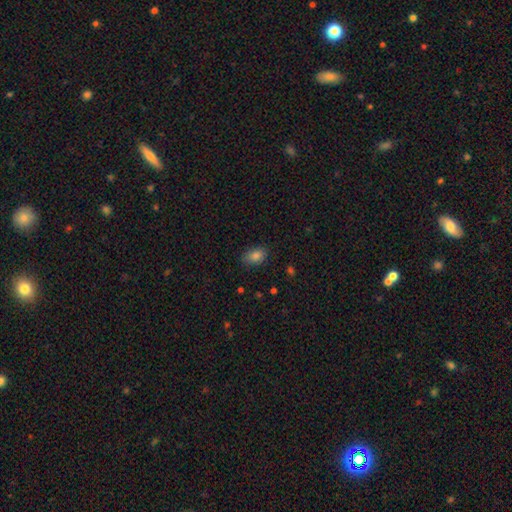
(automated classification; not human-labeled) Morphology: type=smooth (83%); roundness=in between (83%); merging=none (82%).